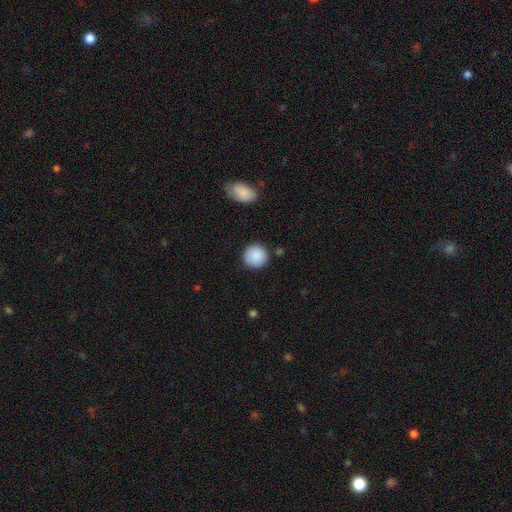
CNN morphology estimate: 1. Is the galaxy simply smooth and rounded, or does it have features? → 89% smooth, 7% star or artifact, 4% featured or disk.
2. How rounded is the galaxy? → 94% round, 5% in between, 1% cigar-shaped.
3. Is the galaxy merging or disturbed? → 88% none, 8% minor disturbance, 2% major disturbance, 2% merger.